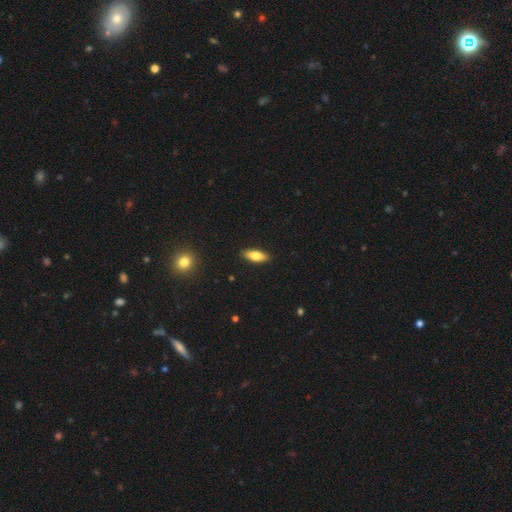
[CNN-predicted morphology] type=smooth (78%); roundness=in between (76%); merging=none (89%).